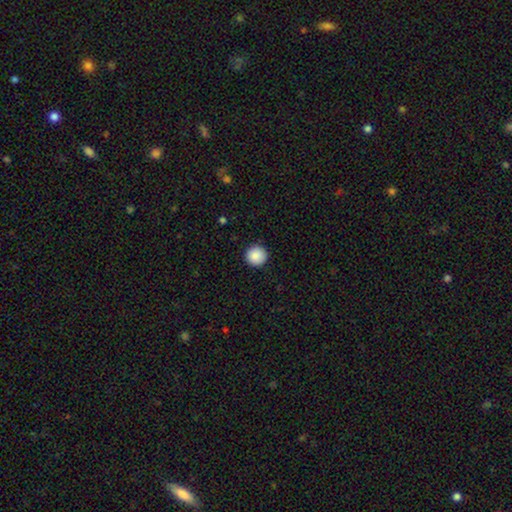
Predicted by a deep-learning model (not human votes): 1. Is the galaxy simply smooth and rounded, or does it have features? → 89% smooth, 8% star or artifact, 3% featured or disk.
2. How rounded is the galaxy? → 96% round, 3% in between, 1% cigar-shaped.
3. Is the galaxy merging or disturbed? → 92% none, 5% minor disturbance, 2% major disturbance, 1% merger.